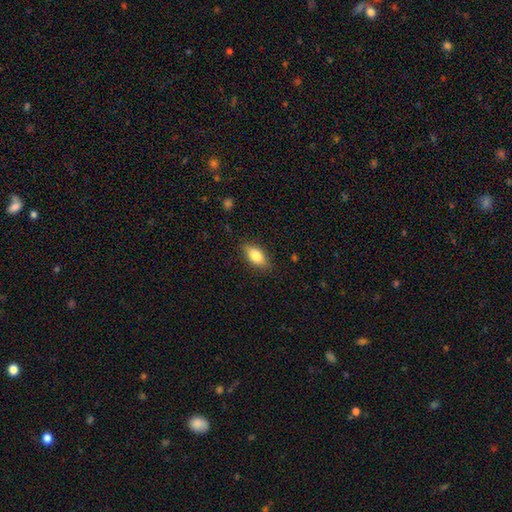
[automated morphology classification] Smooth or featured: smooth — 80% (featured or disk — 13%)
How rounded: in between — 86% (cigar-shaped — 8%)
Merging: none — 84% (minor disturbance — 12%)